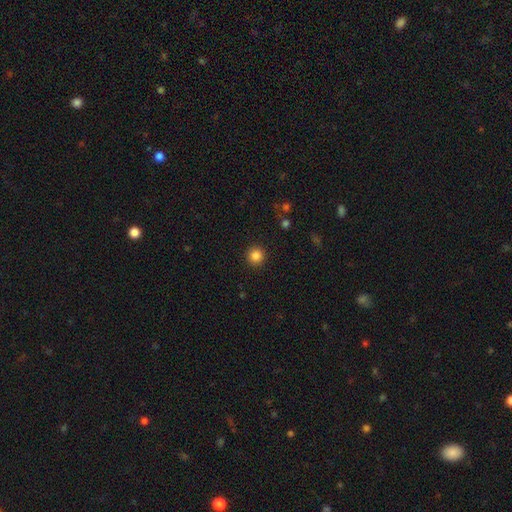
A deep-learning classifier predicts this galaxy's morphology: Smooth or featured: smooth — 85% (star or artifact — 11%)
How rounded: round — 95% (in between — 4%)
Merging: none — 92% (minor disturbance — 5%)